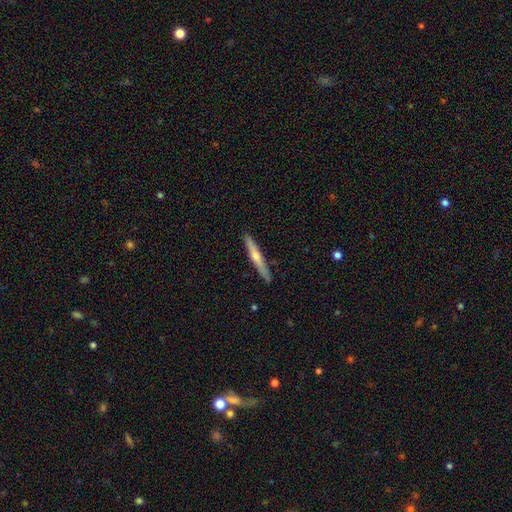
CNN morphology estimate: This appears to be a featured or disk galaxy (56%) viewed edge-on (96%) with a rounded central bulge (81%). Merging: none (90%).